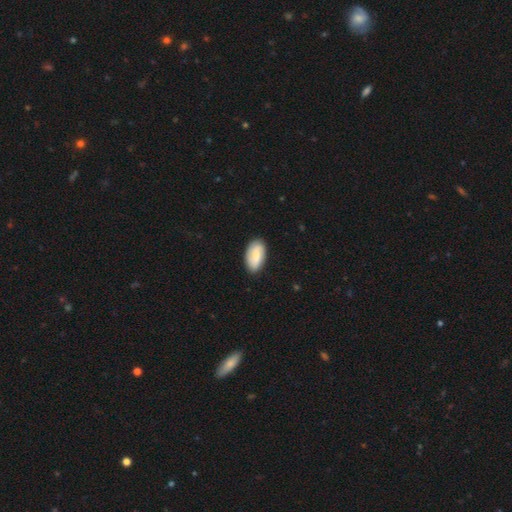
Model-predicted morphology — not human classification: Q: Smooth or featured?
A: smooth (63%); runner-up: featured or disk (30%)
Q: How rounded?
A: in between (94%); runner-up: round (3%)
Q: Merging?
A: none (83%); runner-up: minor disturbance (13%)